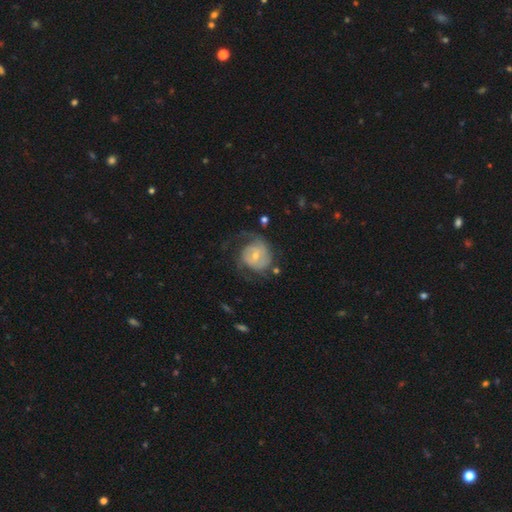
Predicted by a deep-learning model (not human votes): This is likely a featured or disk galaxy (73%). It is clearly not viewed edge-on (98%). Bar: possibly no (49%). Spiral arm pattern: clearly yes (87%). Spiral arm count: possibly 2 (45%). Spiral winding: marginally tight (40%). Central bulge: possibly small (53%). Merging: possibly none (49%).